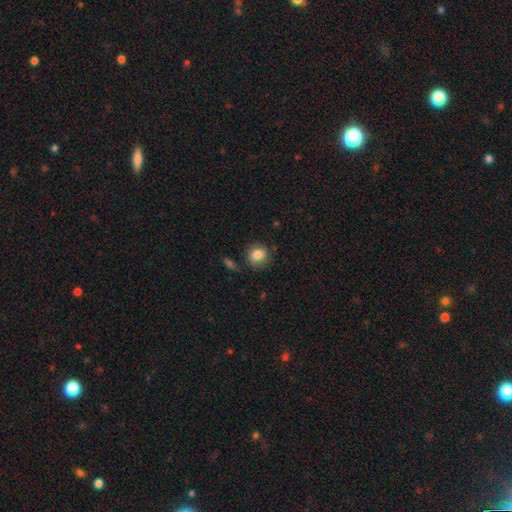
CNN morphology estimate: This appears to be a smooth galaxy with no disk features (83%) that is round (82%). Merging: none (79%).